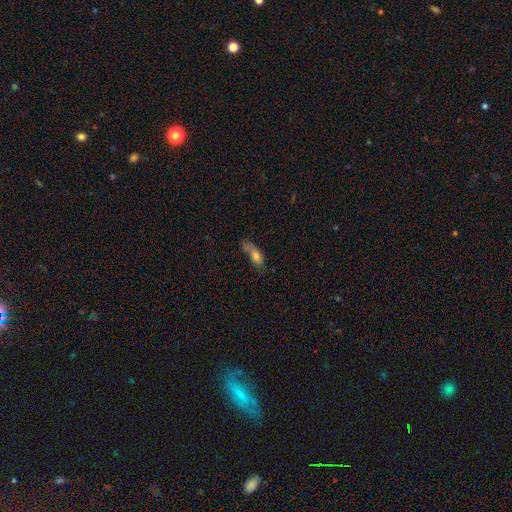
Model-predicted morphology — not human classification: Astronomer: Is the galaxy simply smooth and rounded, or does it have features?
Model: smooth — 68%.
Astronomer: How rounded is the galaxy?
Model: in between — 68%.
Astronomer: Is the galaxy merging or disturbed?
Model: none — 39% (runner-up: minor disturbance, 26%).